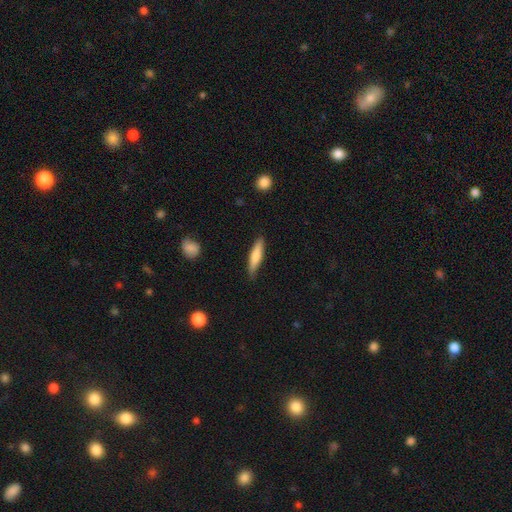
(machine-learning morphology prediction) type=smooth (73%); roundness=cigar-shaped (82%); merging=none (80%).